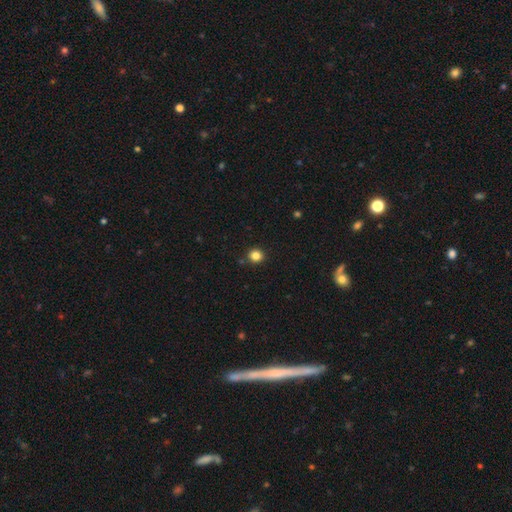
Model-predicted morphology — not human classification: smooth 84%, star or artifact 12%, featured or disk 4%. Down the decision tree: how rounded — round (92%); merging — none (90%).